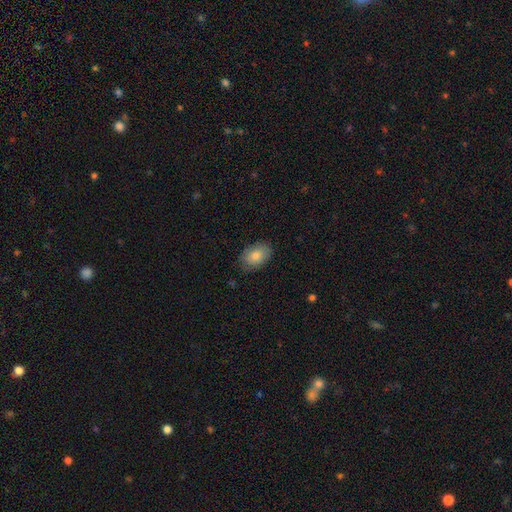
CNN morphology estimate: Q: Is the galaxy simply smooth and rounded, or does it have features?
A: smooth — 78%.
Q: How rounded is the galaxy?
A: in between — 84%.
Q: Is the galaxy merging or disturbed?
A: none — 81%.